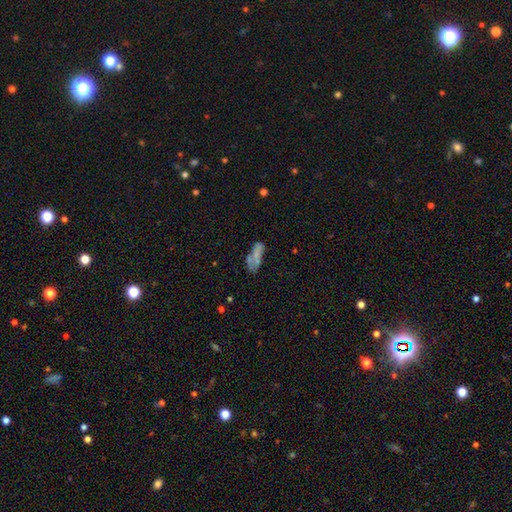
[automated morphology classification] A smooth galaxy with no disk features (56%) that is in between round and cigar-shaped (65%). Merging: none (39%).